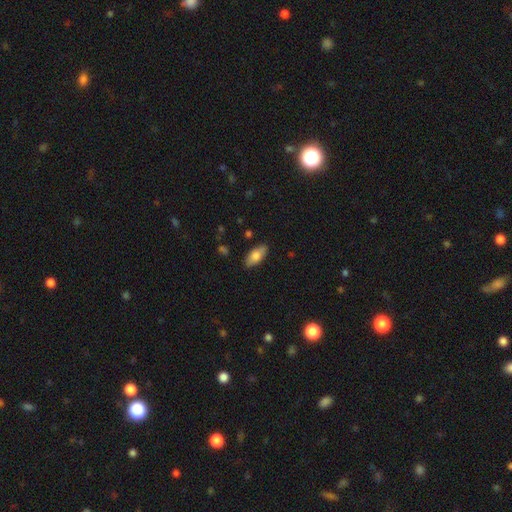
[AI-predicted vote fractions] Smooth or featured?
  - smooth: 79% *
  - featured or disk: 15%
  - star or artifact: 6%
How rounded?
  - in between: 88% *
  - cigar-shaped: 10%
  - round: 2%
Merging?
  - none: 86% *
  - minor disturbance: 11%
  - major disturbance: 2%
  - merger: 1%